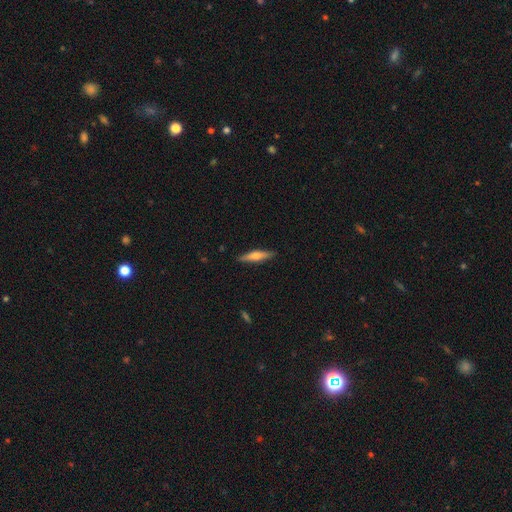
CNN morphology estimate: featured or disk 50%, smooth 44%, star or artifact 6%. Down the decision tree: edge-on disk — yes (95%); merging — none (90%).